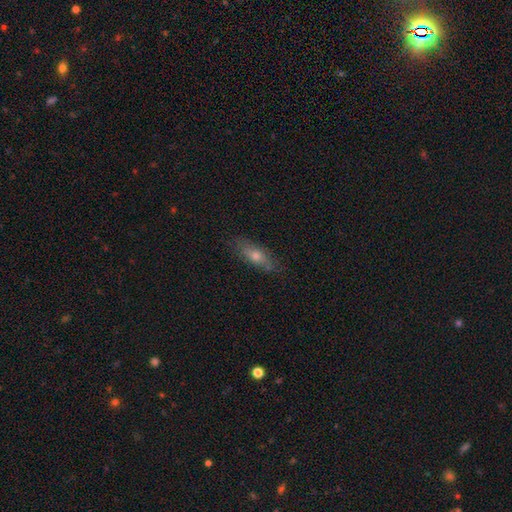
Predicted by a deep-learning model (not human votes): smooth 54%, featured or disk 37%, star or artifact 9%. Down the decision tree: how rounded — in between (52%); merging — none (80%).